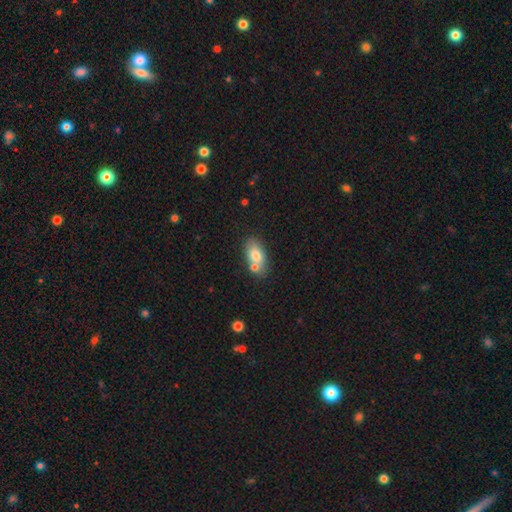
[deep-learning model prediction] Overall: smooth (74%). How rounded: in between (89%). Merging: none (57%; merger 25%).